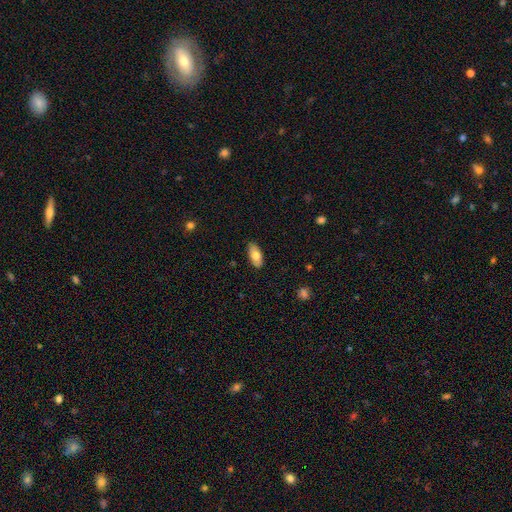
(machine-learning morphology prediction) A smooth galaxy with no disk features (74%) that is in between round and cigar-shaped (89%).

Vote fractions:
- Smooth or featured? smooth: 74% / featured or disk: 20% / star or artifact: 6%
- How rounded? in between: 89% / cigar-shaped: 8% / round: 3%
- Merging? none: 87% / minor disturbance: 10% / major disturbance: 2% / merger: 1%